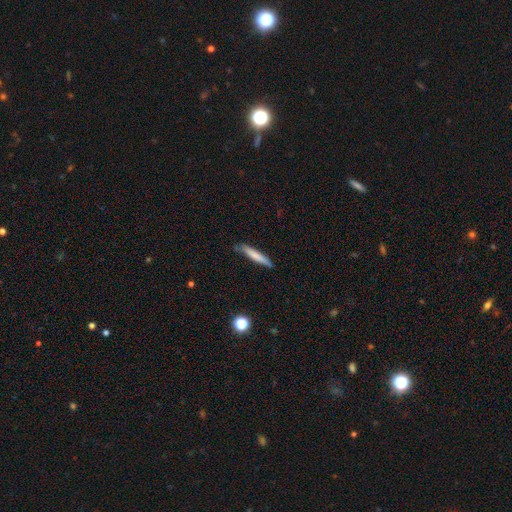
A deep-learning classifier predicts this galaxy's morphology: type=smooth (73%); roundness=cigar-shaped (93%); merging=none (77%).